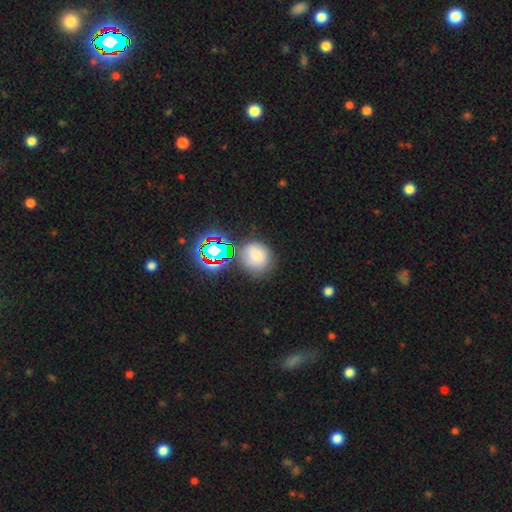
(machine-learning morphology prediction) Smooth or featured: smooth — 69% (star or artifact — 22%)
How rounded: round — 79% (in between — 20%)
Merging: none — 70% (minor disturbance — 17%)